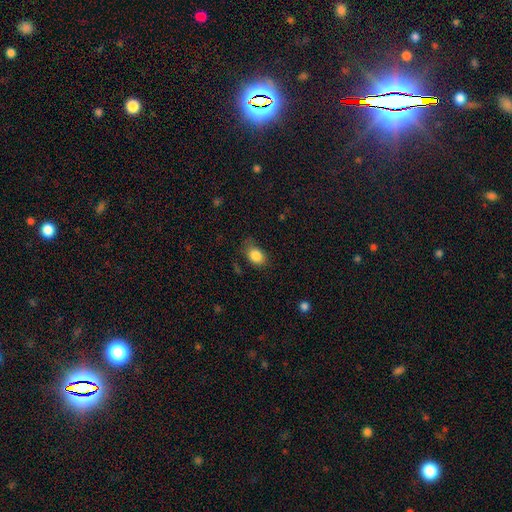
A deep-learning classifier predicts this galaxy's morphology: Smooth or featured? smooth (85%)
How rounded? in between (71%)
Merging? none (66%)